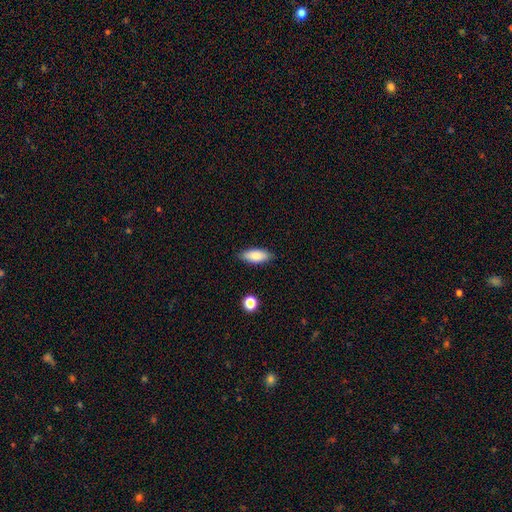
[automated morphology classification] Overall: smooth (85%). How rounded: in between (82%). Merging: none (85%).